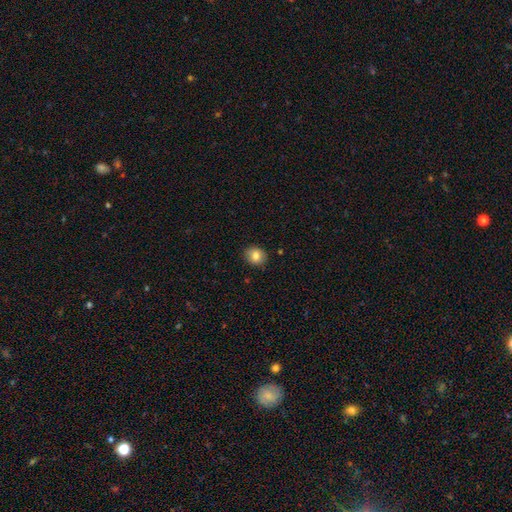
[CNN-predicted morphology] A smooth galaxy with no disk features (83%) that is round (67%). Merging: none (87%).